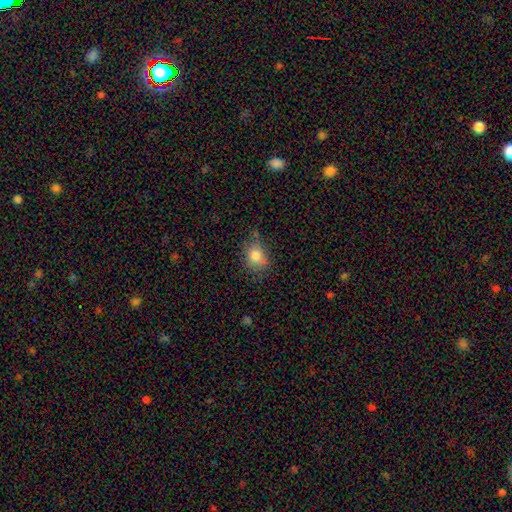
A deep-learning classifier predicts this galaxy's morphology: smooth-or-featured: smooth: 81% | featured or disk: 10% | star or artifact: 10%
  how-rounded: in between: 53% | round: 46% | cigar-shaped: 1%
  merging: none: 53% | minor disturbance: 32% | major disturbance: 11% | merger: 3%